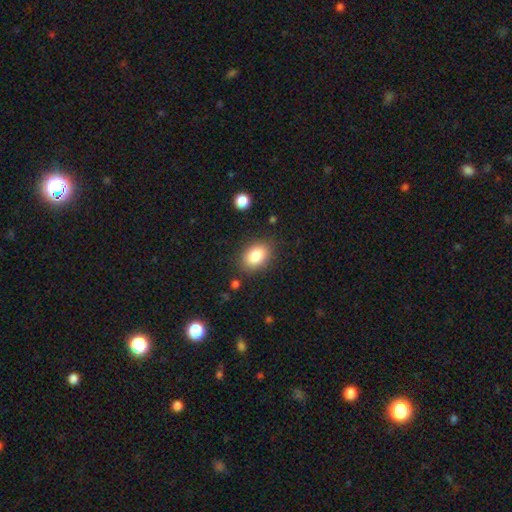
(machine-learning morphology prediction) smooth_or_featured: smooth (p=0.85) [alt: star or artifact p=0.08]
how_rounded: in between (p=0.82) [alt: round p=0.16]
merging: none (p=0.84) [alt: minor disturbance p=0.11]